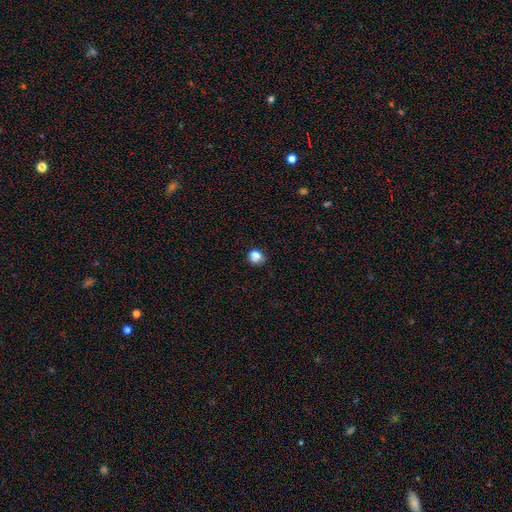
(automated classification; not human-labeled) This is clearly a smooth galaxy (82%). How rounded: likely round (73%). Merging: likely none (67%).